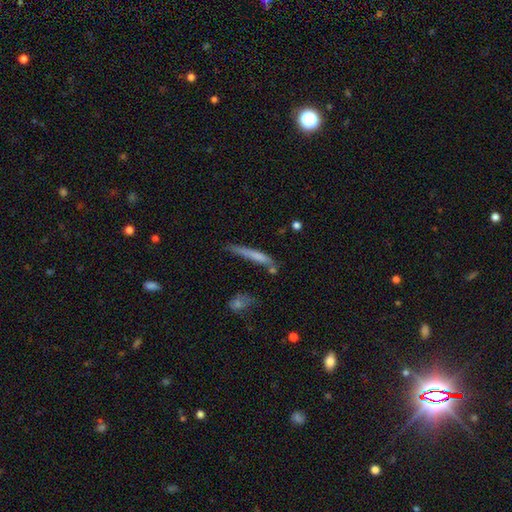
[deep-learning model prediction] Morphology: type=smooth (65%); roundness=cigar-shaped (93%); merging=none (58%).